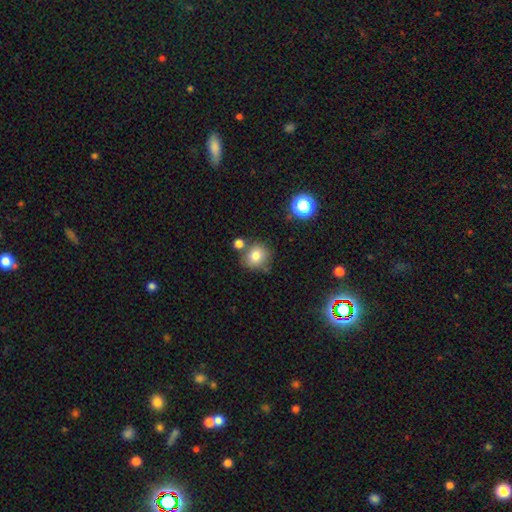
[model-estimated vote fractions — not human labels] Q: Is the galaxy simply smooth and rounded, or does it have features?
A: smooth — 80%.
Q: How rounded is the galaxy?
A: round — 82%.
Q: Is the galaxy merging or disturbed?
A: none — 66%.